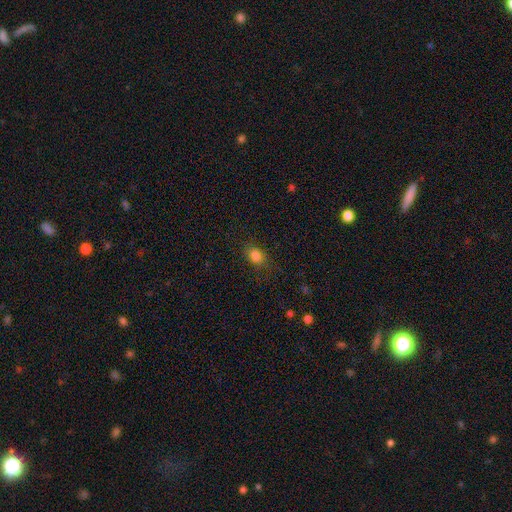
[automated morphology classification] The model was most divided on "how rounded": in between: 62%, round: 36%, cigar-shaped: 2%. More confident: smooth or featured — smooth (83%); merging — none (78%).